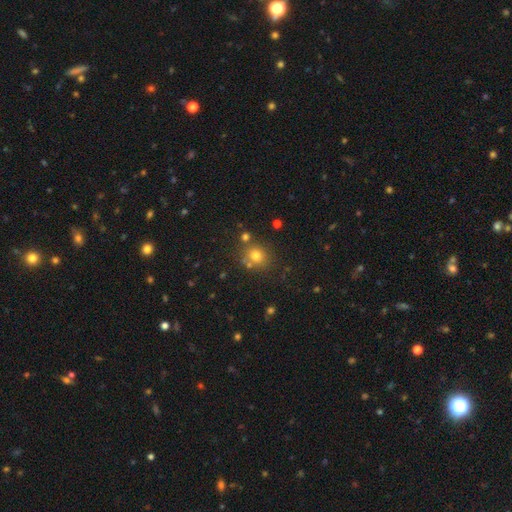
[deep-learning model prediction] A smooth galaxy with no disk features (74%) that is round (76%).

Vote fractions:
- Smooth or featured? smooth: 74% / star or artifact: 17% / featured or disk: 9%
- How rounded? round: 76% / in between: 23% / cigar-shaped: 1%
- Merging? none: 72% / merger: 13% / minor disturbance: 11% / major disturbance: 4%